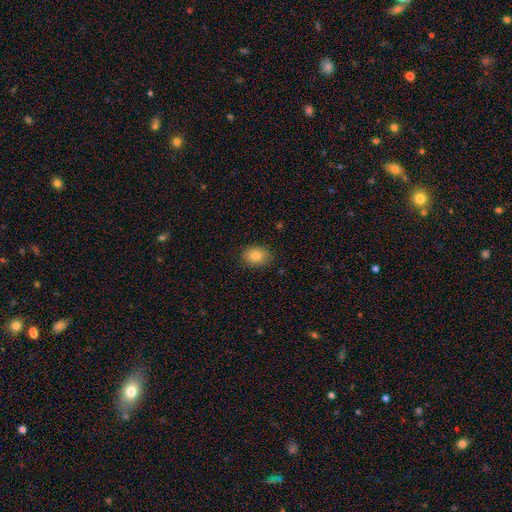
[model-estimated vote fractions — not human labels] The model was most divided on "how rounded": in between: 69%, round: 30%, cigar-shaped: 1%. More confident: merging — none (86%); smooth or featured — smooth (82%).